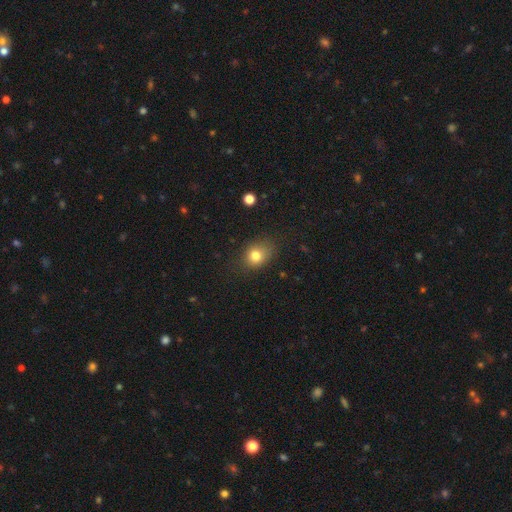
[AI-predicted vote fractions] Smooth or featured? Predicted: smooth (p=0.79). How rounded? Predicted: round (p=0.50). Merging? Predicted: none (p=0.67).